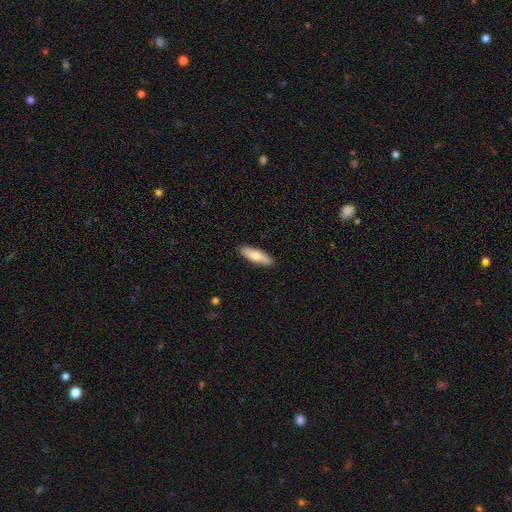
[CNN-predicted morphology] The model was most divided on "how rounded": cigar-shaped: 52%, in between: 46%, round: 2%. More confident: merging — none (88%); smooth or featured — smooth (73%).